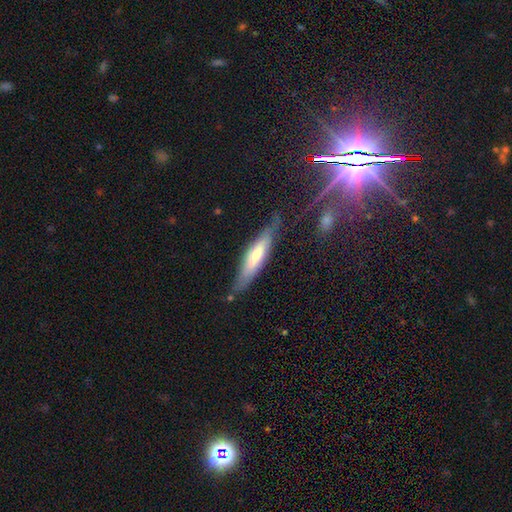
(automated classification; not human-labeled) This is possibly a smooth galaxy (53%). How rounded: likely cigar-shaped (74%). Merging: likely none (68%).